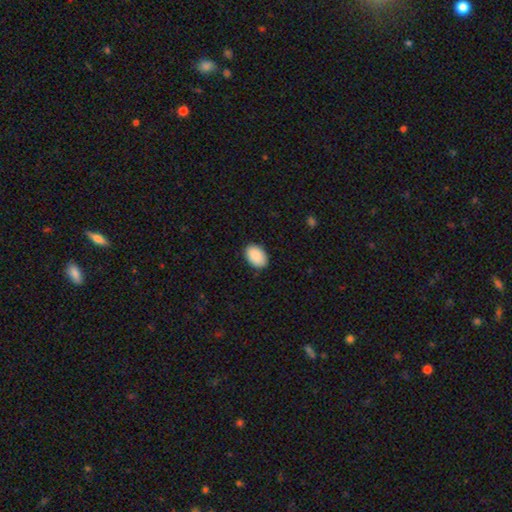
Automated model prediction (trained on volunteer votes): This appears to be a smooth galaxy with no disk features (92%) that is in between round and cigar-shaped (90%). Merging: none (89%).